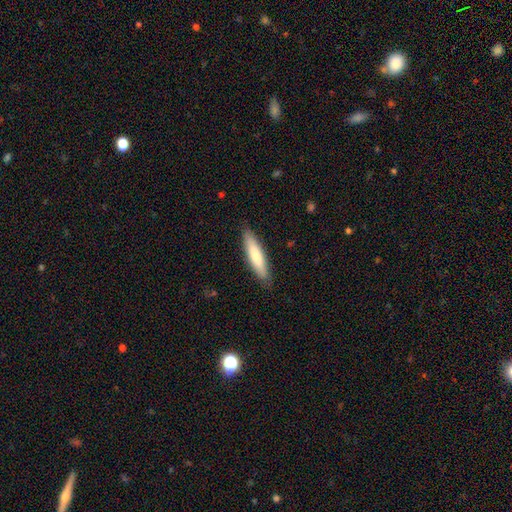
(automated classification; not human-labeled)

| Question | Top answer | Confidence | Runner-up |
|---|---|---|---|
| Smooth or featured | smooth | 74% | featured or disk (20%) |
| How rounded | cigar-shaped | 79% | in between (20%) |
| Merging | none | 87% | minor disturbance (10%) |